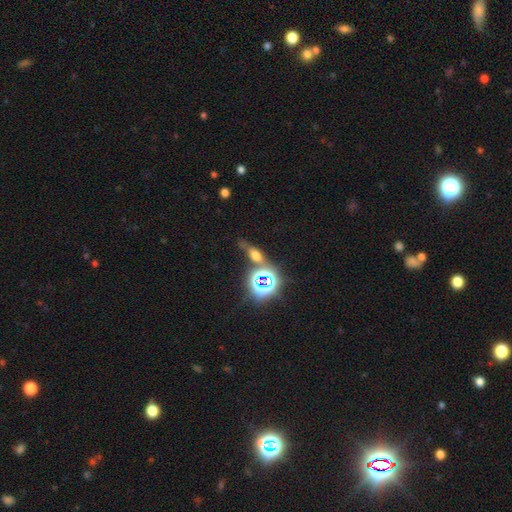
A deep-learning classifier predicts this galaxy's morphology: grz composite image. It shows a smooth galaxy with no disk features (41%). Merging: none (59%).